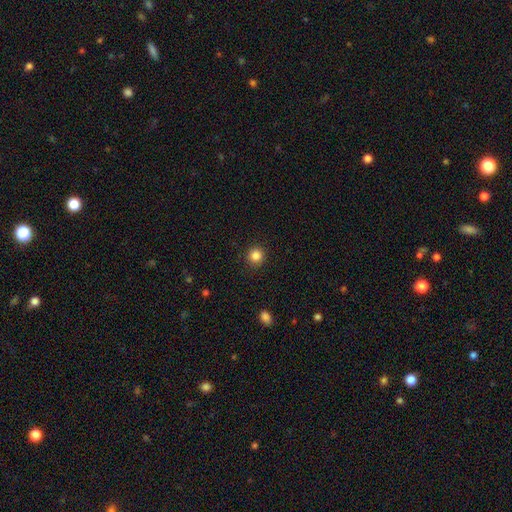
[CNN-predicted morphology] A smooth galaxy with no disk features (85%) that is round (93%).

Vote fractions:
- Smooth or featured? smooth: 85% / star or artifact: 11% / featured or disk: 4%
- How rounded? round: 93% / in between: 6% / cigar-shaped: 1%
- Merging? none: 92% / minor disturbance: 5% / major disturbance: 2% / merger: 1%